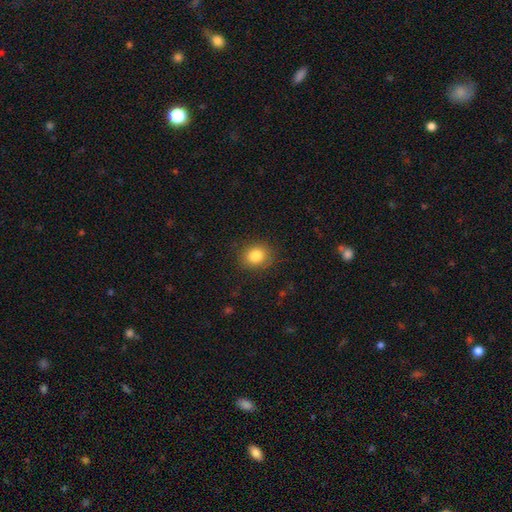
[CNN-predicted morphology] smooth_or_featured: smooth (p=0.83) [alt: star or artifact p=0.10]
how_rounded: round (p=0.64) [alt: in between p=0.35]
merging: none (p=0.85) [alt: minor disturbance p=0.11]